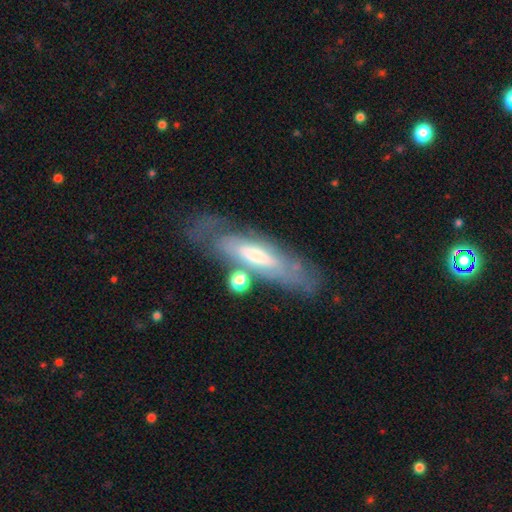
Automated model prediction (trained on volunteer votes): Smooth or featured: featured or disk — 65% (smooth — 27%)
Edge-on disk: no — 63% (yes — 37%)
Merging: none — 70% (minor disturbance — 17%)